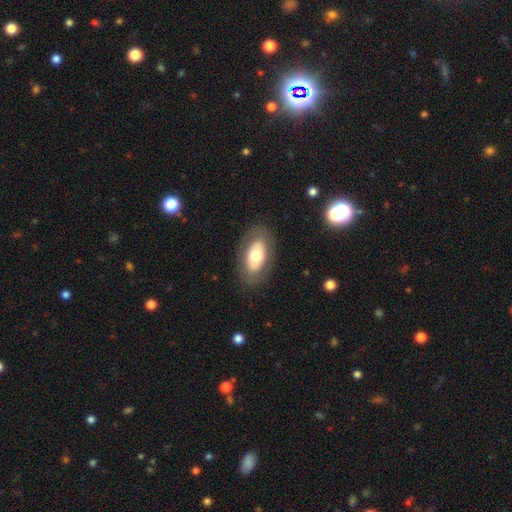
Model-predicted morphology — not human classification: smooth-or-featured: smooth: 58% | featured or disk: 36% | star or artifact: 6%
  how-rounded: in between: 92% | round: 5% | cigar-shaped: 2%
  merging: none: 83% | minor disturbance: 11% | major disturbance: 5% | merger: 1%